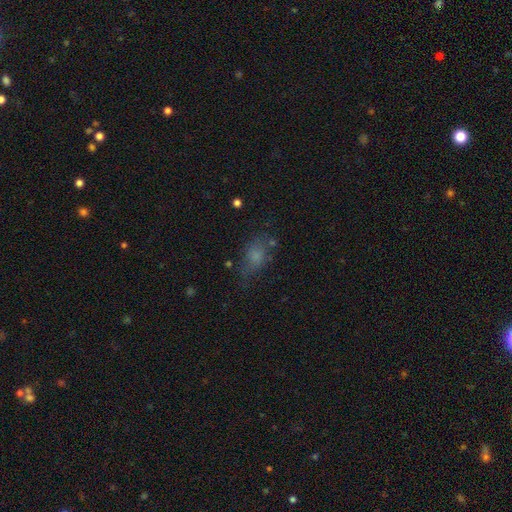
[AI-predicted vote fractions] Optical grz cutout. It shows a smooth galaxy with no disk features (69%) that is in between round and cigar-shaped (76%). Merging: none (57%).